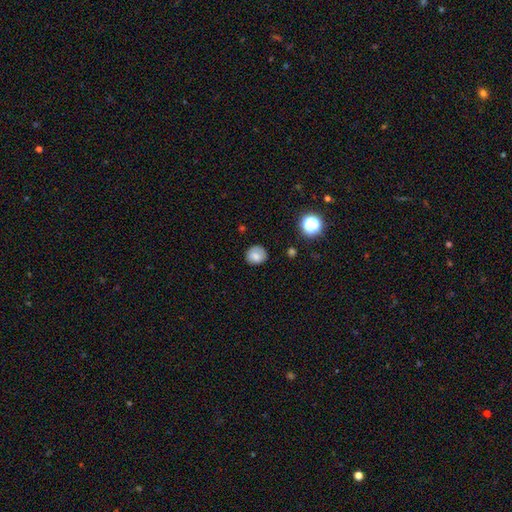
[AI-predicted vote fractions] smooth_or_featured: smooth (p=0.77) [alt: featured or disk p=0.12]
how_rounded: round (p=0.80) [alt: in between p=0.20]
merging: none (p=0.78) [alt: minor disturbance p=0.16]